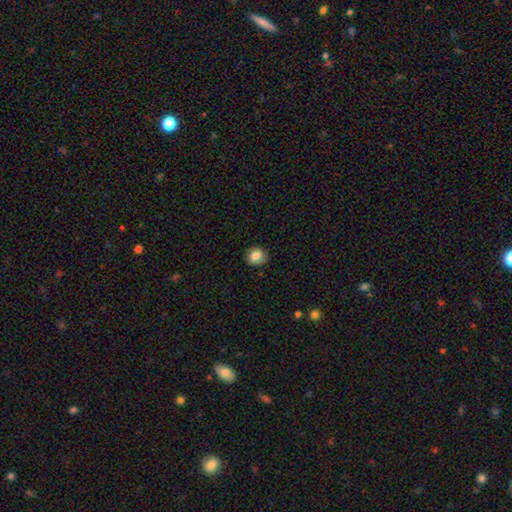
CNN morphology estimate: smooth-or-featured: smooth: 82% | star or artifact: 9% | featured or disk: 9%
  how-rounded: round: 71% | in between: 28% | cigar-shaped: 1%
  merging: none: 87% | minor disturbance: 10% | major disturbance: 2% | merger: 1%